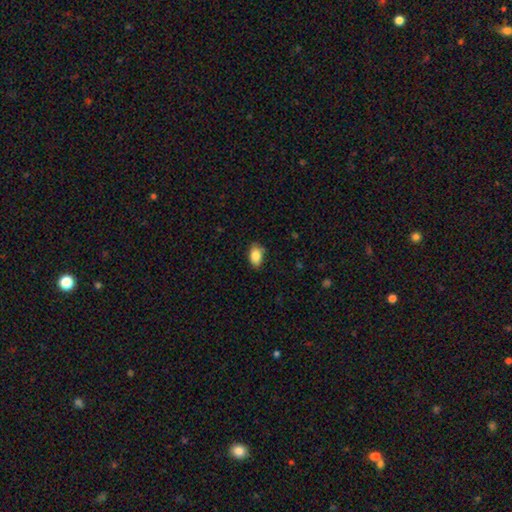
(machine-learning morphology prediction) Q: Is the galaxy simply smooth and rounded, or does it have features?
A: smooth — 85%.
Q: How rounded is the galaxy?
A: in between — 89%.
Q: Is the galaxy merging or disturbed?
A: none — 80%.